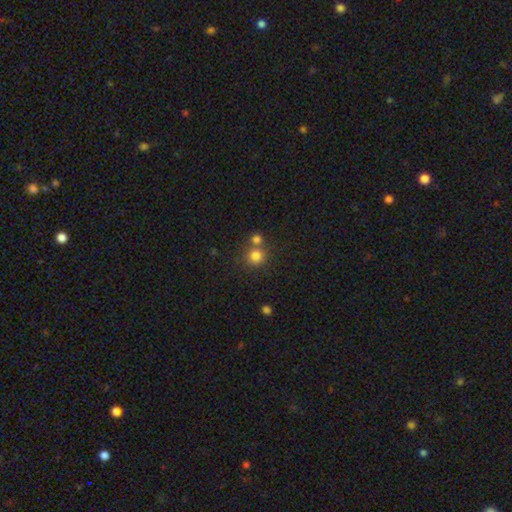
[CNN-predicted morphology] Smooth or featured? smooth (81%)
How rounded? round (90%)
Merging? none (60%)